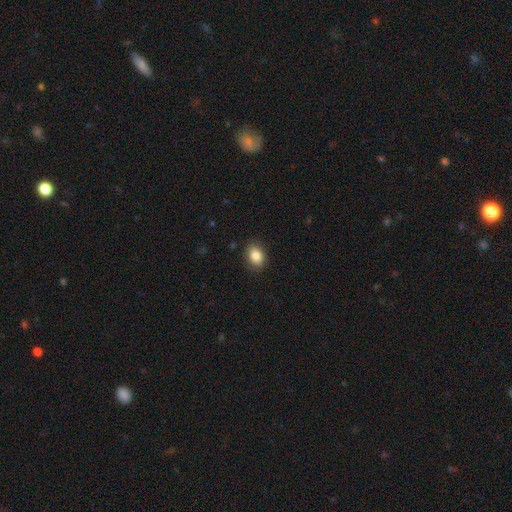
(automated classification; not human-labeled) Overall: smooth (85%). How rounded: in between (74%). Merging: none (87%).